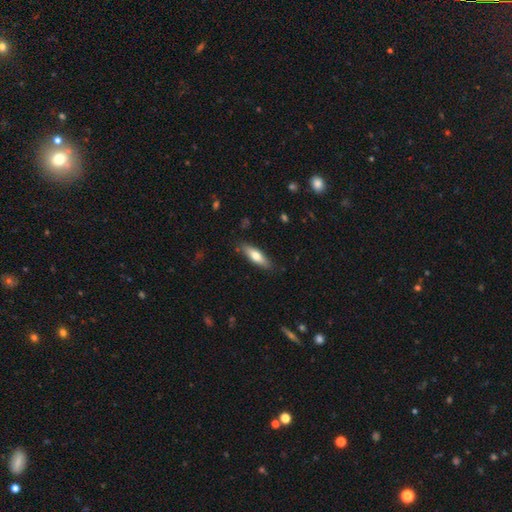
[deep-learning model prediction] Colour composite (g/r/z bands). It shows a smooth galaxy with no disk features (69%) that is cigar-shaped (55%). Merging: none (85%).